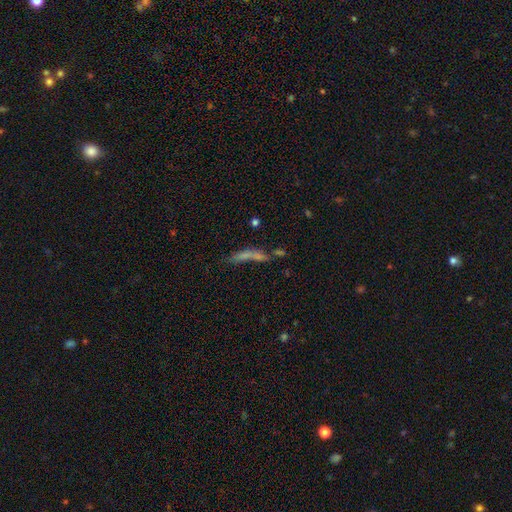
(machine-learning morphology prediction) smooth_or_featured: smooth (p=0.50) [alt: featured or disk p=0.30]
merging: none (p=0.40) [alt: merger p=0.28]